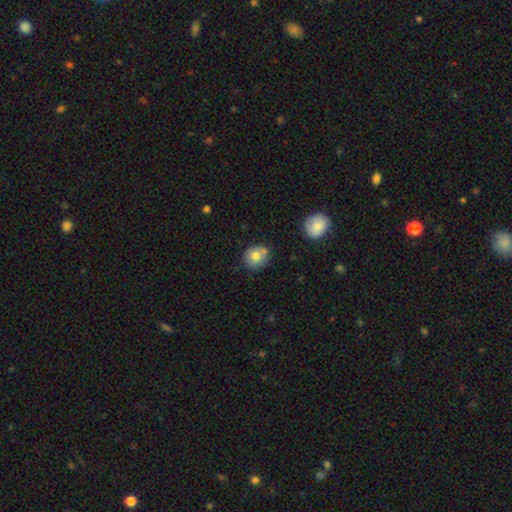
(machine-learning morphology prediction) This is likely a smooth galaxy (76%). How rounded: clearly round (81%). Merging: likely none (68%).